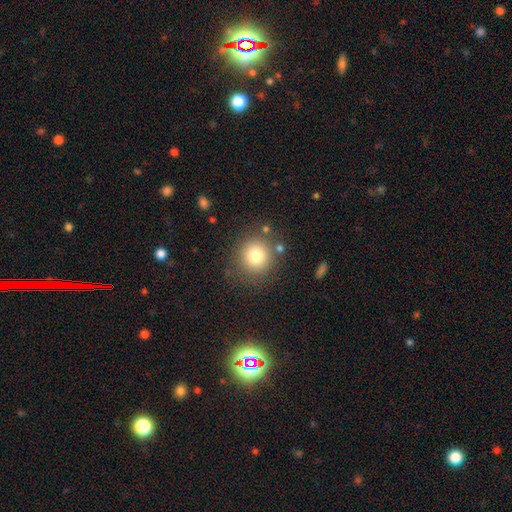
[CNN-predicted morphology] type=smooth (78%); roundness=round (90%); merging=none (80%).